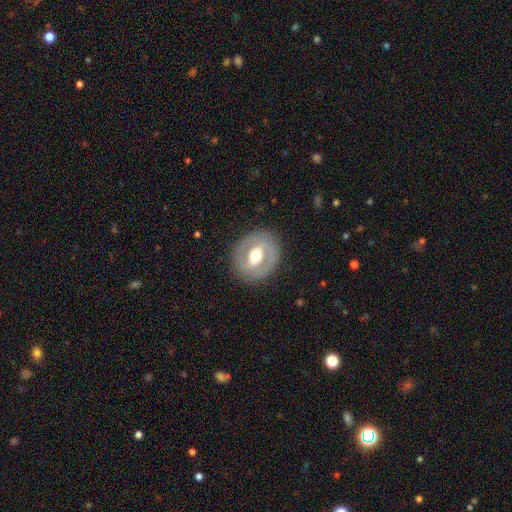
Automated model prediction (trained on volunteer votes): smooth_or_featured: featured or disk (p=0.59) [alt: smooth p=0.35]
disk_edge_on: no (p=0.94) [alt: yes p=0.06]
bar: weak (p=0.40) [alt: strong p=0.32]
has_spiral_arms: no (p=0.67) [alt: yes p=0.33]
bulge_size: moderate (p=0.67) [alt: large p=0.23]
merging: none (p=0.84) [alt: minor disturbance p=0.10]